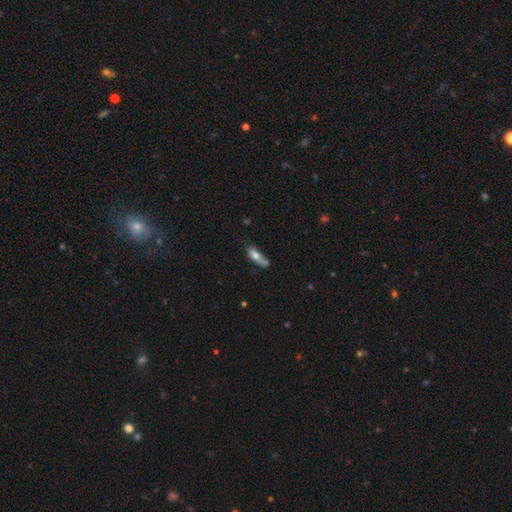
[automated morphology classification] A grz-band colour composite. It shows a smooth galaxy with no disk features (68%) that is in between round and cigar-shaped (50%). Merging: none (42%).